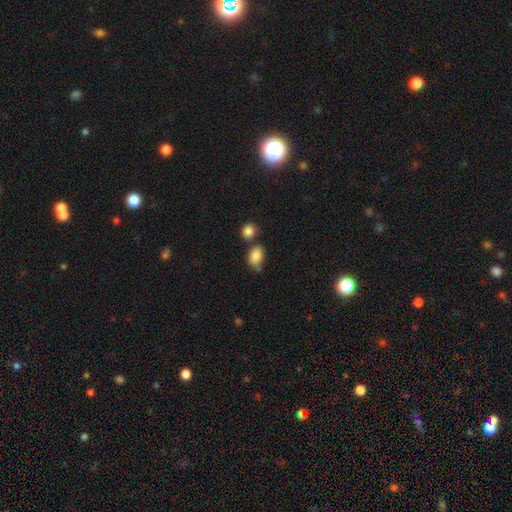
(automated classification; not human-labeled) smooth 86%, star or artifact 9%, featured or disk 5%. Down the decision tree: how rounded — in between (81%); merging — none (56%).